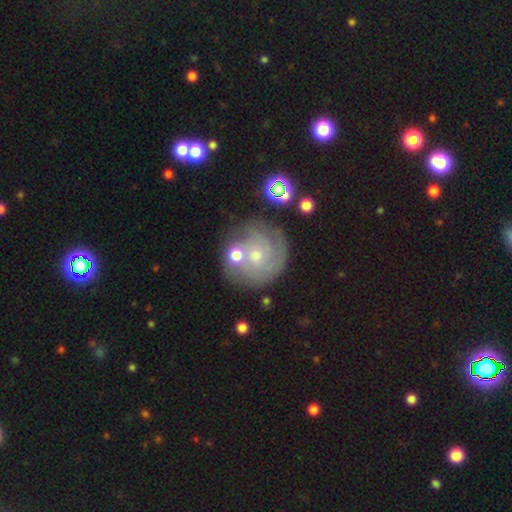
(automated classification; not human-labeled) Smooth or featured? Predicted: featured or disk (p=0.69). Edge-on disk? Predicted: no (p=0.98). Bar? Predicted: no (p=0.76). Spiral arms? Predicted: yes (p=0.87). Spiral winding? Predicted: tight (p=0.68). Spiral arm count? Predicted: can't tell (p=0.39). Bulge size? Predicted: small (p=0.64). Merging? Predicted: none (p=0.66).